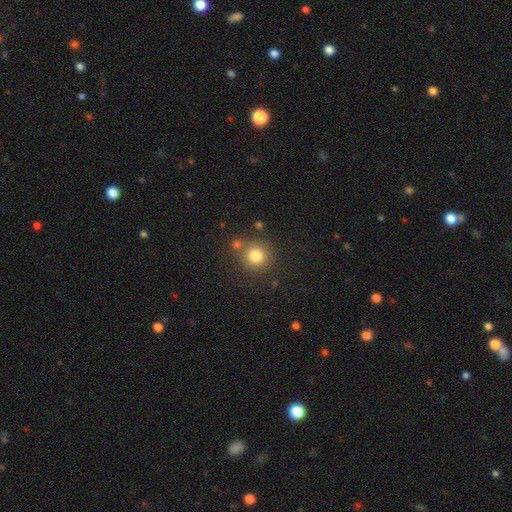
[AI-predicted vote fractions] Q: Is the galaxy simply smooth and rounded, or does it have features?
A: smooth — 80%.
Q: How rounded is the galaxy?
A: round — 92%.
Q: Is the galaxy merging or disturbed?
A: none — 78%.